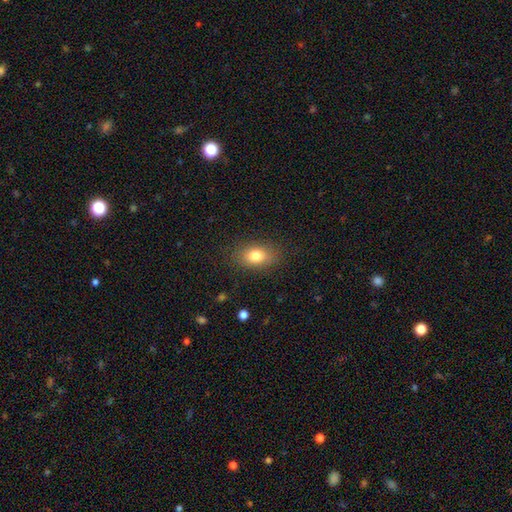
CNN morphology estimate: smooth 79%, featured or disk 11%, star or artifact 10%. Down the decision tree: how rounded — in between (80%); merging — none (83%).